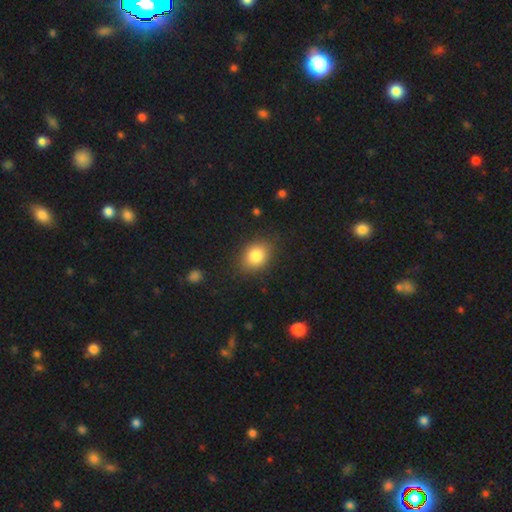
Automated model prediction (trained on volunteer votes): Smooth or featured: smooth — 83% (star or artifact — 9%)
How rounded: in between — 56% (round — 43%)
Merging: none — 83% (minor disturbance — 12%)